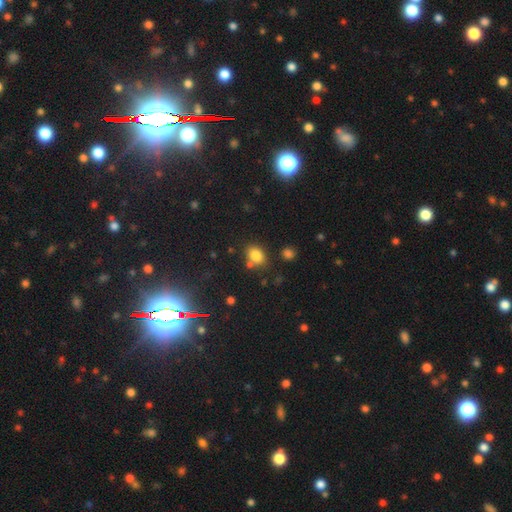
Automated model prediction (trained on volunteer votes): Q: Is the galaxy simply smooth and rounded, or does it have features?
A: smooth — 81%.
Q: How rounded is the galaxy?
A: in between — 70%.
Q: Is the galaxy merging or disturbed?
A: none — 70%.